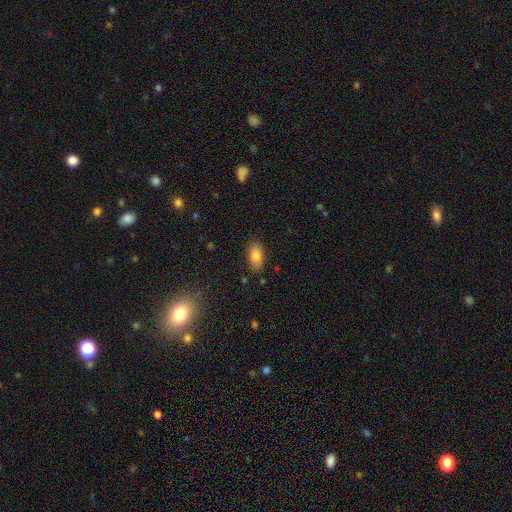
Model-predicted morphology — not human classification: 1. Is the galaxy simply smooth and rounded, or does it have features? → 81% smooth, 10% featured or disk, 9% star or artifact.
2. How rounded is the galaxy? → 91% in between, 5% cigar-shaped, 4% round.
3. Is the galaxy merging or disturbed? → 85% none, 11% minor disturbance, 2% major disturbance, 1% merger.